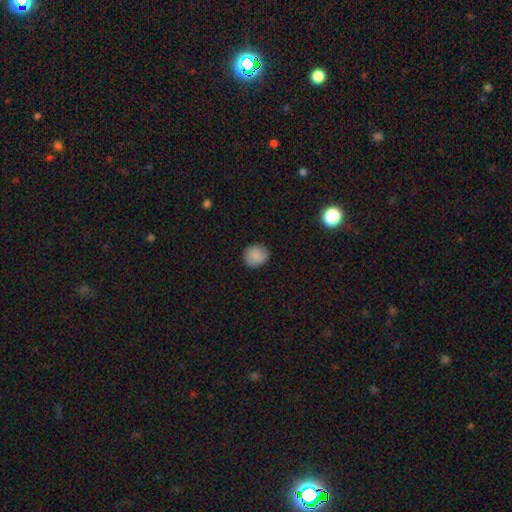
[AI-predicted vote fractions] smooth 84%, star or artifact 8%, featured or disk 7%. Down the decision tree: how rounded — round (85%); merging — none (83%).